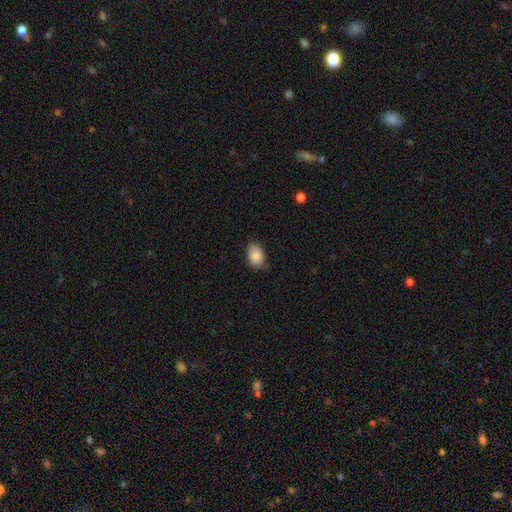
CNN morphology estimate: type=smooth (86%); roundness=in between (84%); merging=none (71%).